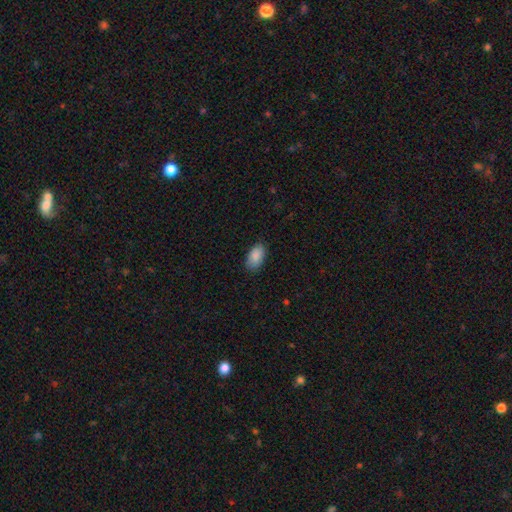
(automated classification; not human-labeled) smooth-or-featured: smooth: 89% | star or artifact: 6% | featured or disk: 5%
  how-rounded: in between: 94% | round: 4% | cigar-shaped: 2%
  merging: none: 85% | minor disturbance: 12% | major disturbance: 2% | merger: 1%